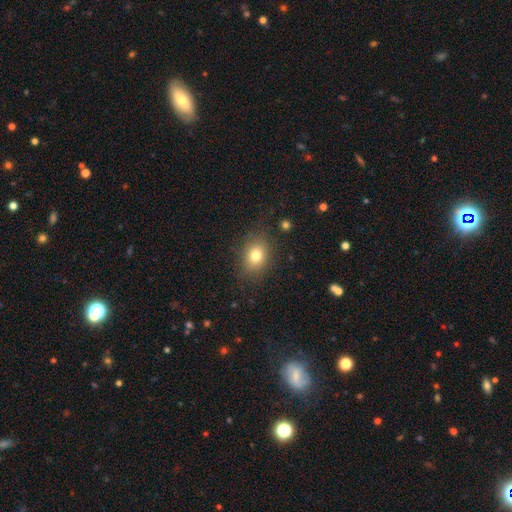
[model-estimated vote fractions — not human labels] smooth_or_featured: smooth (p=0.78) [alt: star or artifact p=0.11]
how_rounded: in between (p=0.57) [alt: round p=0.41]
merging: none (p=0.82) [alt: minor disturbance p=0.12]